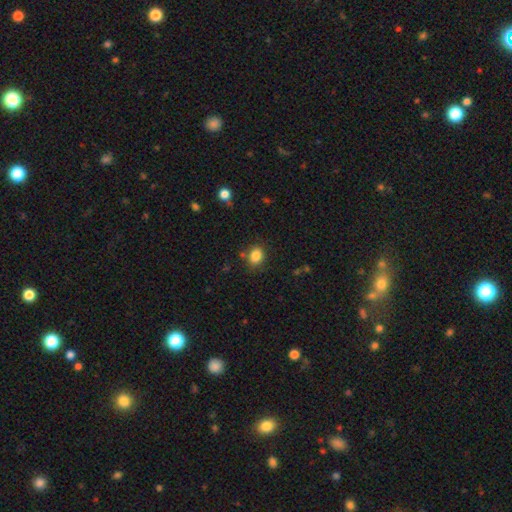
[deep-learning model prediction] Smooth or featured?
  - smooth: 85% *
  - star or artifact: 10%
  - featured or disk: 5%
How rounded?
  - round: 51% *
  - in between: 48%
  - cigar-shaped: 1%
Merging?
  - none: 79% *
  - minor disturbance: 13%
  - merger: 4%
  - major disturbance: 4%